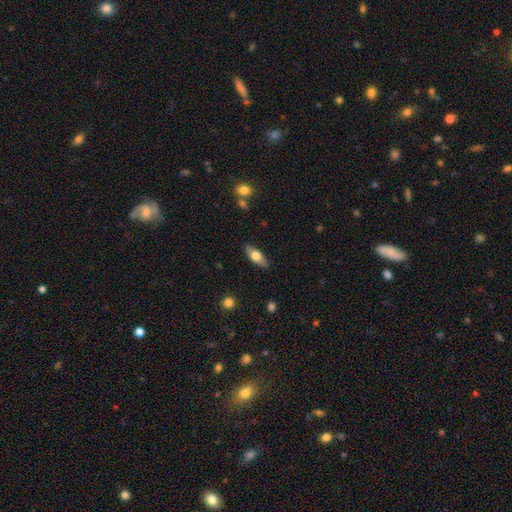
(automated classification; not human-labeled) Overall: smooth (60%; featured or disk 34%). How rounded: in between (70%). Merging: none (85%).